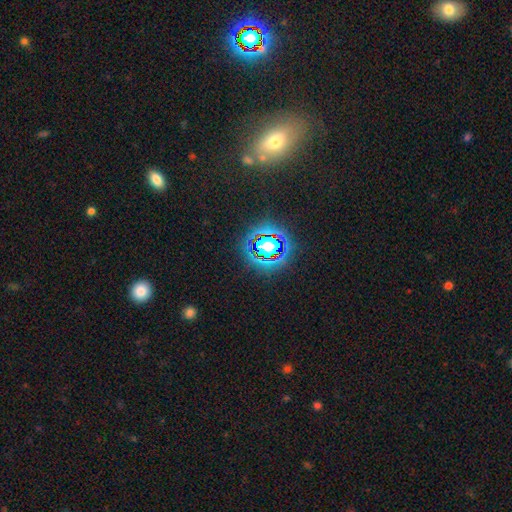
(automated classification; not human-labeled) Morphology: type=star or artifact (59%).